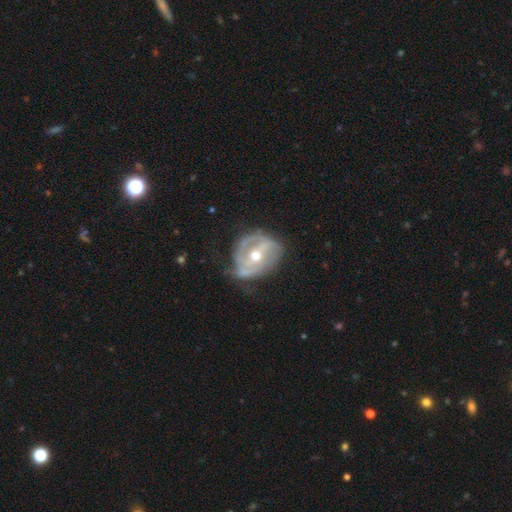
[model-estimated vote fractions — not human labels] A featured or disk galaxy (78%) with a strong bar (38%), 2 (50%) tight (41%) spiral arms (69%) and a moderate central bulge (64%).

Vote fractions:
- Smooth or featured? featured or disk: 78% / smooth: 16% / star or artifact: 7%
- Edge-on disk? no: 95% / yes: 5%
- Bar? strong: 38% / weak: 35% / no: 27%
- Spiral arms? yes: 69% / no: 31%
- Spiral winding? tight: 41% / medium: 38% / loose: 21%
- Spiral arm count? 2: 50% / can't tell: 28% / 3: 11% / 1: 7% / 4: 3% / more than 4: 2%
- Bulge size? moderate: 64% / small: 33% / large: 2% / none: 1% / dominant: 1%
- Merging? none: 48% / minor disturbance: 32% / major disturbance: 18% / merger: 2%